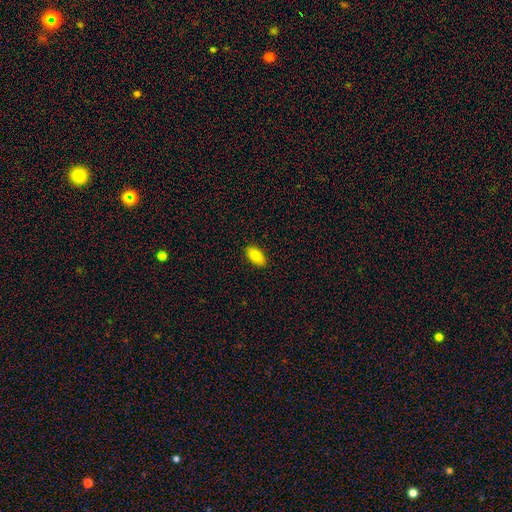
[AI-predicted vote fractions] smooth_or_featured: smooth (p=0.86) [alt: star or artifact p=0.07]
how_rounded: in between (p=0.91) [alt: cigar-shaped p=0.06]
merging: none (p=0.89) [alt: minor disturbance p=0.09]